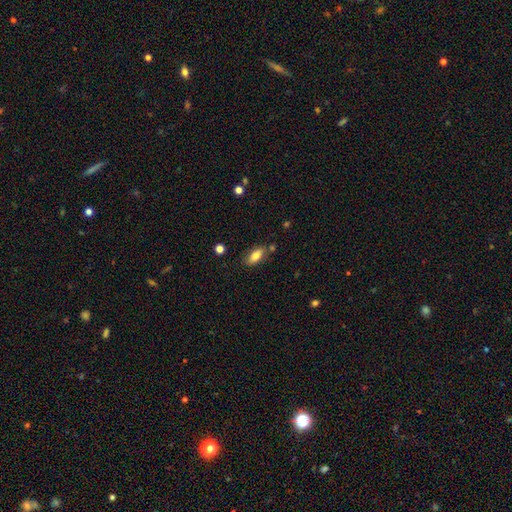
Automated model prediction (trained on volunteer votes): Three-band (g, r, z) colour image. It shows a smooth galaxy with no disk features (79%) that is in between round and cigar-shaped (86%). Merging: none (75%).